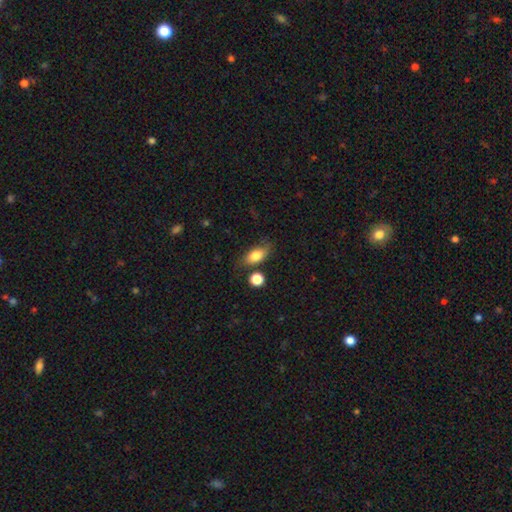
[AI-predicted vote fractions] Smooth or featured?
  - smooth: 80% *
  - featured or disk: 11%
  - star or artifact: 8%
How rounded?
  - in between: 82% *
  - round: 10%
  - cigar-shaped: 8%
Merging?
  - none: 70% *
  - minor disturbance: 18%
  - merger: 7%
  - major disturbance: 5%